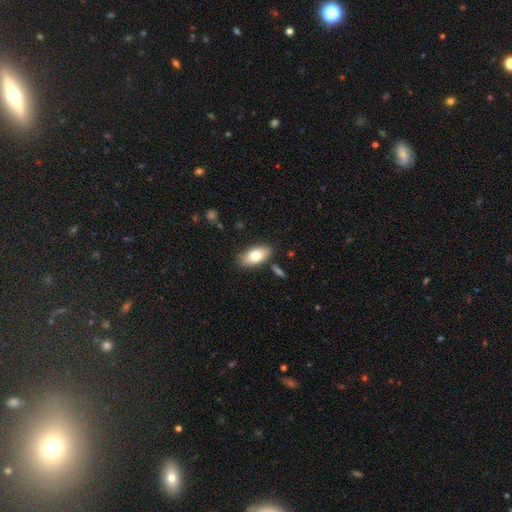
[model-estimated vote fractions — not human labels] Smooth or featured? Predicted: smooth (p=0.76). How rounded? Predicted: in between (p=0.91). Merging? Predicted: none (p=0.83).